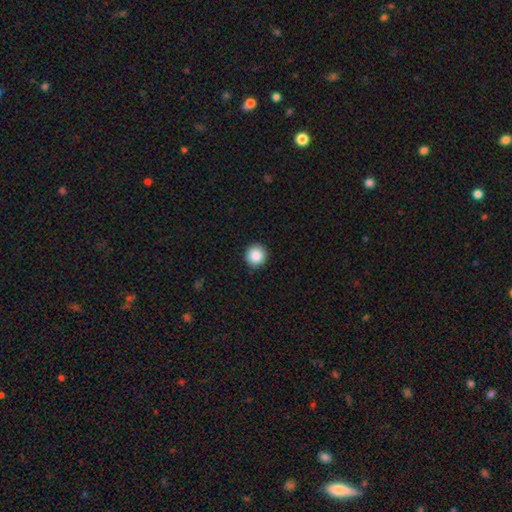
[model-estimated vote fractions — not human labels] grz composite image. It shows a smooth galaxy with no disk features (88%) that is round (94%). Merging: none (92%).